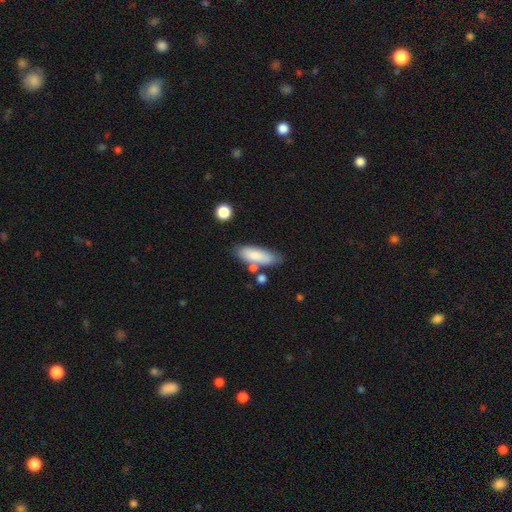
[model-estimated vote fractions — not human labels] Smooth or featured: smooth — 82% (featured or disk — 12%)
How rounded: in between — 61% (cigar-shaped — 37%)
Merging: none — 68% (minor disturbance — 16%)